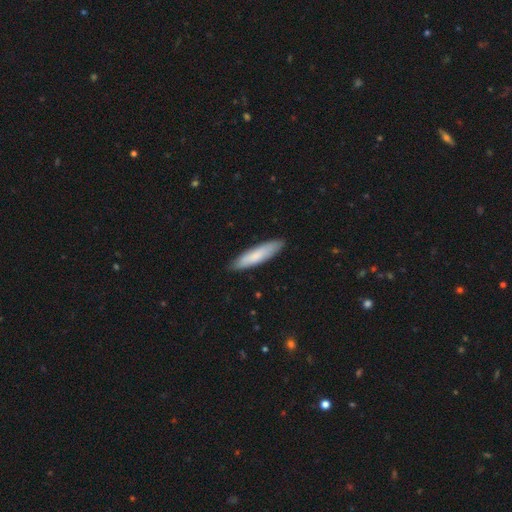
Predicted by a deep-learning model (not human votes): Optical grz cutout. It shows a smooth galaxy with no disk features (79%) that is cigar-shaped (79%). Merging: none (88%).